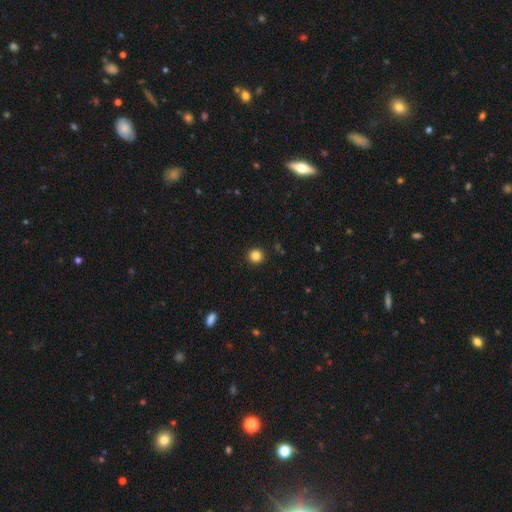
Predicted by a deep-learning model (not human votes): Overall: smooth (83%). How rounded: round (95%). Merging: none (93%).